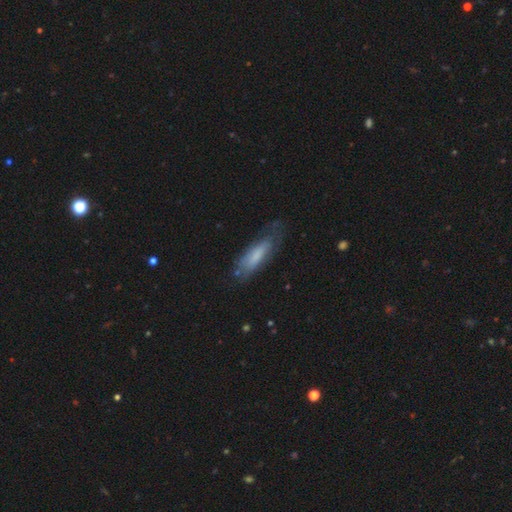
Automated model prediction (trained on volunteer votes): This is likely a smooth galaxy (63%). How rounded: possibly cigar-shaped (50%). Merging: possibly none (57%).